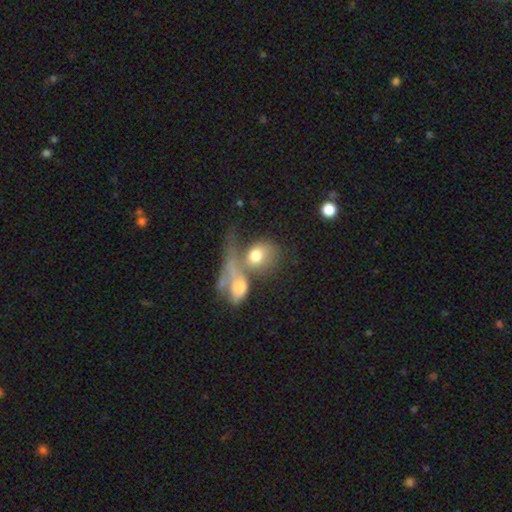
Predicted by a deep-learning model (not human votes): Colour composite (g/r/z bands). It shows a smooth galaxy with no disk features (64%) that is round (55%). Merging: merger (58%).